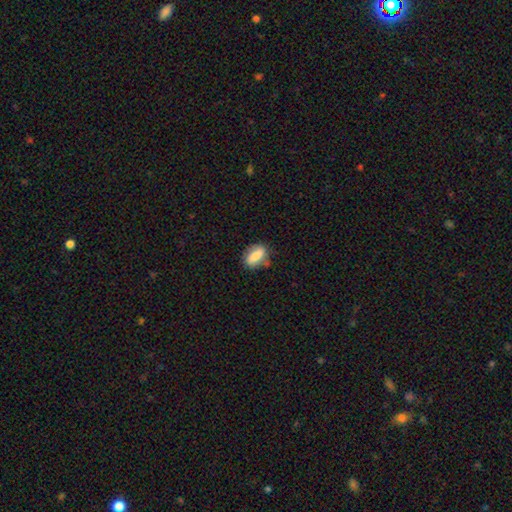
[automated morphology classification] The model was most divided on "smooth or featured": smooth: 70%, featured or disk: 23%, star or artifact: 7%. More confident: how rounded — in between (79%); merging — none (74%).